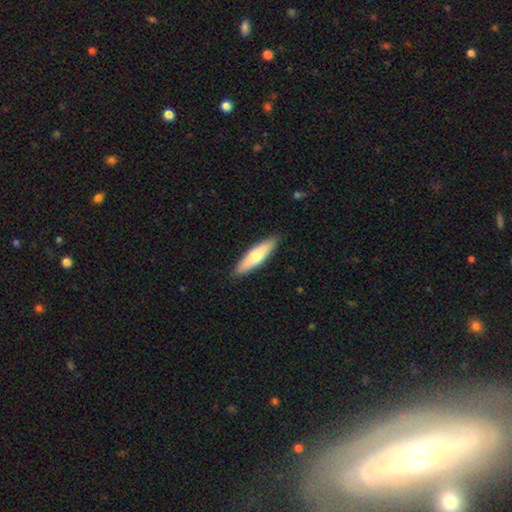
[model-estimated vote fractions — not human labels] The model was most divided on "smooth or featured": smooth: 64%, featured or disk: 31%, star or artifact: 5%. More confident: merging — none (89%); how rounded — cigar-shaped (71%).